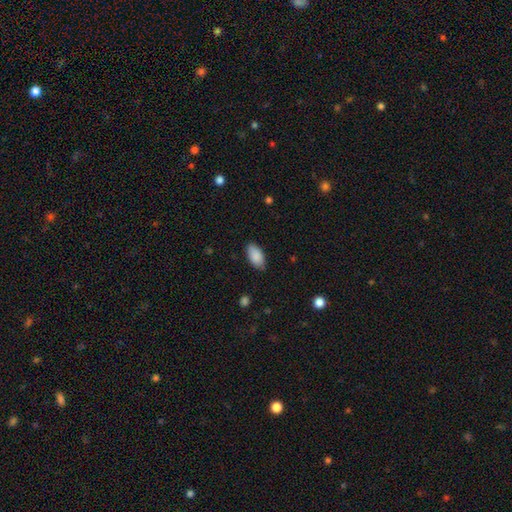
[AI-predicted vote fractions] Q: Smooth or featured?
A: smooth (89%); runner-up: star or artifact (6%)
Q: How rounded?
A: in between (95%); runner-up: cigar-shaped (3%)
Q: Merging?
A: none (83%); runner-up: minor disturbance (13%)